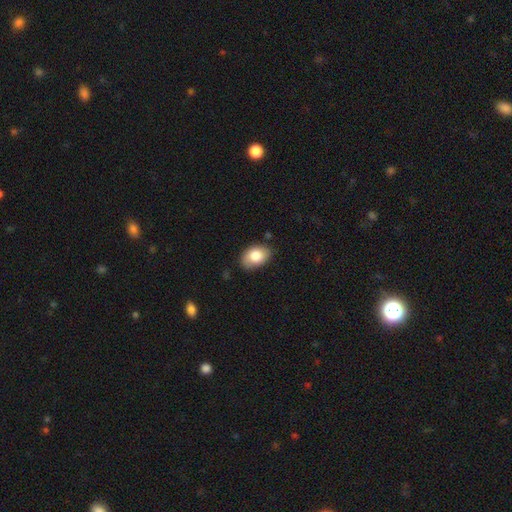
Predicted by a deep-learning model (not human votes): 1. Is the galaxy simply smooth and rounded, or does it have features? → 81% smooth, 11% featured or disk, 7% star or artifact.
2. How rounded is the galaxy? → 85% in between, 13% round, 1% cigar-shaped.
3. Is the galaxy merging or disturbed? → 78% none, 17% minor disturbance, 3% major disturbance, 2% merger.